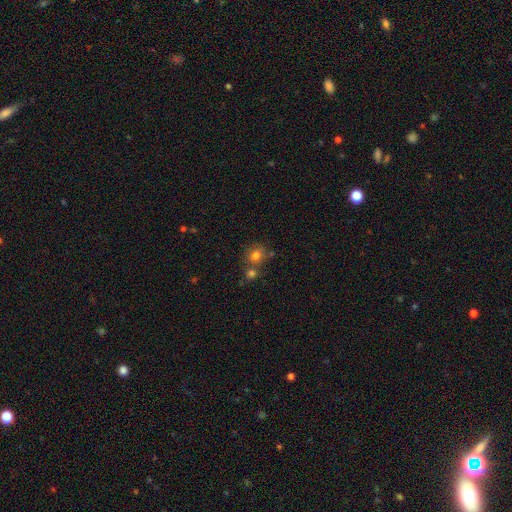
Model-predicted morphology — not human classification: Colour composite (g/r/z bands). It shows a smooth galaxy with no disk features (76%) that is round (76%). Merging: none (59%).